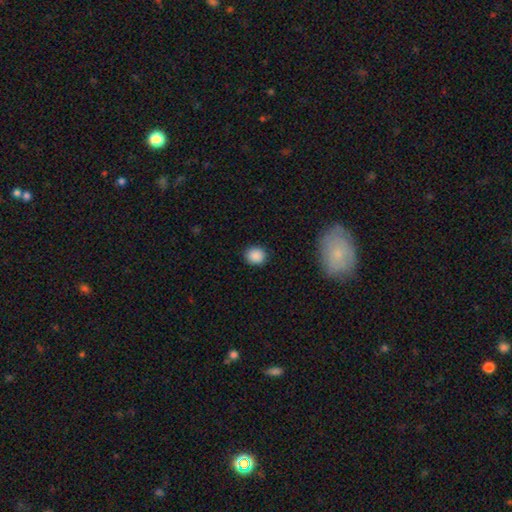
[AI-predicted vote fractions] This appears to be a smooth galaxy with no disk features (88%) that is round (76%). Merging: none (88%).